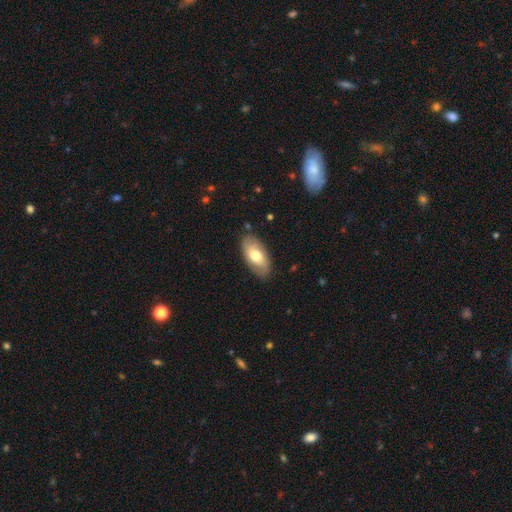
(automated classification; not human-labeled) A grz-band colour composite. It shows a smooth galaxy with no disk features (61%) that is in between round and cigar-shaped (93%). Merging: none (82%).